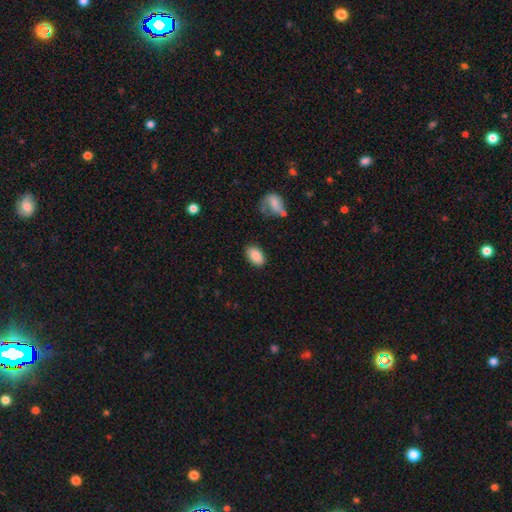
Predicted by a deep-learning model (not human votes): This appears to be a smooth galaxy with no disk features (88%) that is in between round and cigar-shaped (93%). Merging: none (83%).